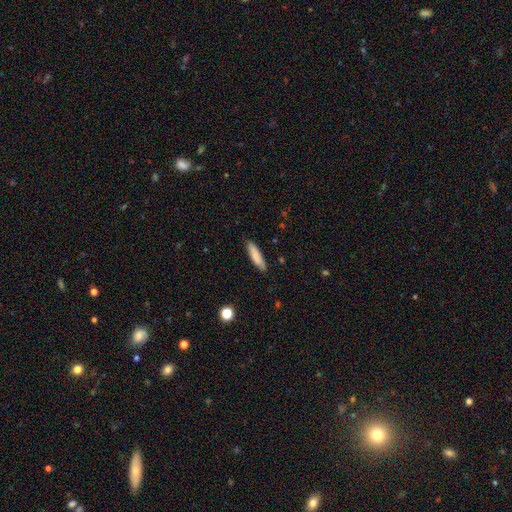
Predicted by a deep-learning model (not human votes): smooth 82%, featured or disk 12%, star or artifact 6%. Down the decision tree: how rounded — cigar-shaped (77%); merging — none (87%).